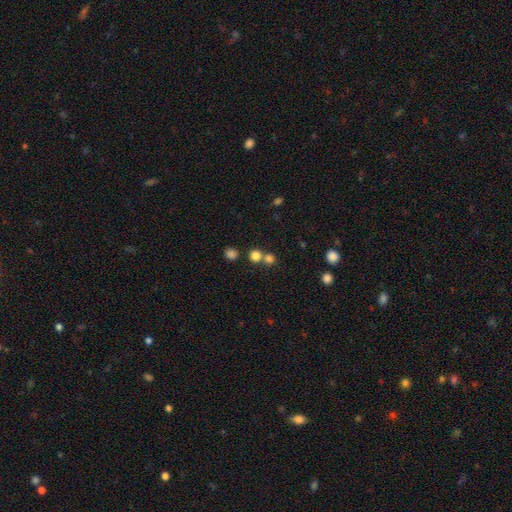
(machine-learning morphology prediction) A smooth galaxy with no disk features (78%) that is round (90%). Merging: none (59%).